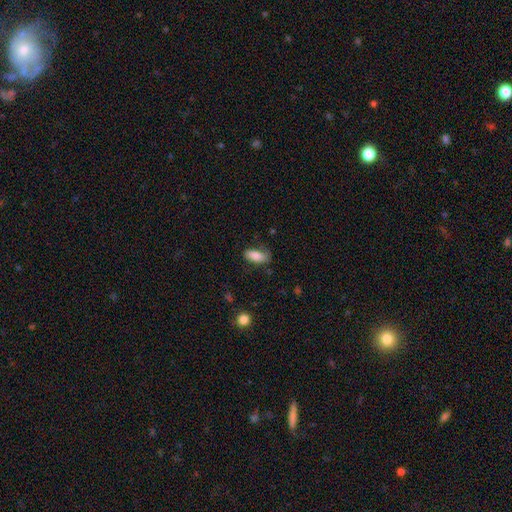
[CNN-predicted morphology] Smooth or featured: smooth — 85% (featured or disk — 8%)
How rounded: in between — 87% (cigar-shaped — 11%)
Merging: none — 69% (minor disturbance — 23%)